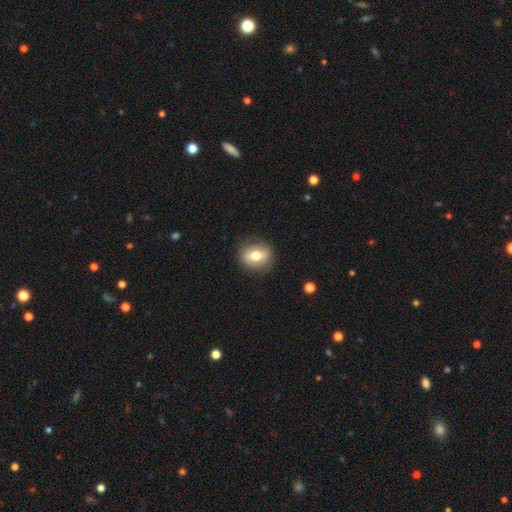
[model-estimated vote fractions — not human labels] Smooth or featured? Predicted: smooth (p=0.67). How rounded? Predicted: round (p=0.60). Merging? Predicted: none (p=0.86).